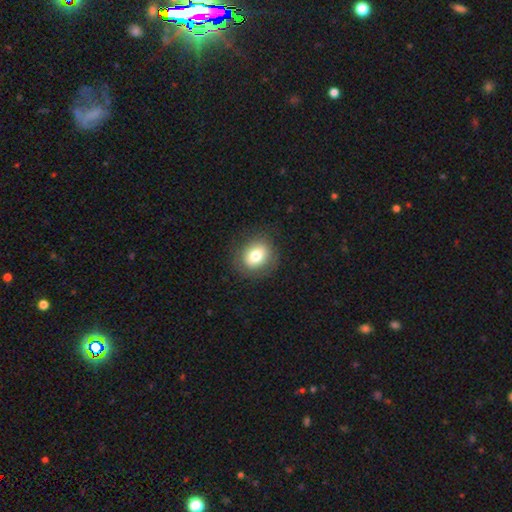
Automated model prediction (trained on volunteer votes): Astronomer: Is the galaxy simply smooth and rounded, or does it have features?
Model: smooth — 74%.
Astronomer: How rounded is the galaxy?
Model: round — 67%.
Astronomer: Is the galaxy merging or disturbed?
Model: none — 85%.